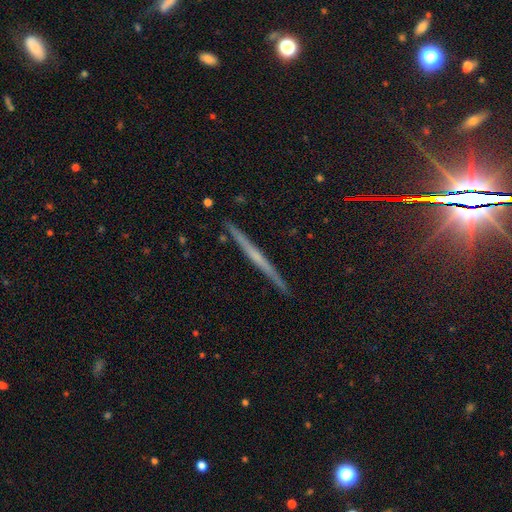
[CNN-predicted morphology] Smooth or featured?
  - featured or disk: 65% *
  - smooth: 24%
  - star or artifact: 11%
Edge-on disk?
  - yes: 98% *
  - no: 2%
Edge-on bulge?
  - none: 66% *
  - rounded: 26%
  - boxy: 7%
Merging?
  - none: 91% *
  - minor disturbance: 7%
  - major disturbance: 1%
  - merger: 1%